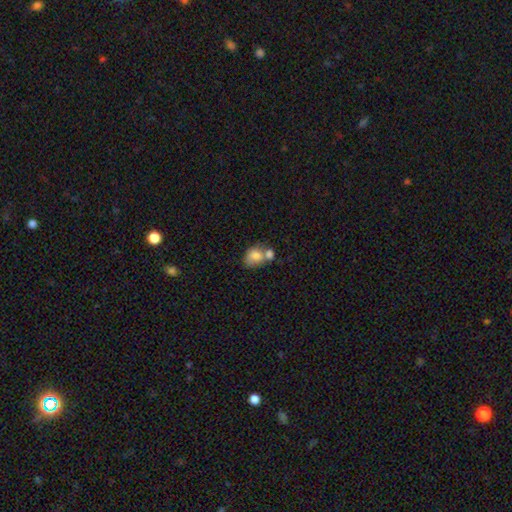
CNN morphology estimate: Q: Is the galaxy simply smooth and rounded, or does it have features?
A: smooth — 77%.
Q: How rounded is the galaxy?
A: in between — 56%.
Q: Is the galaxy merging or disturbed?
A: merger — 53%.